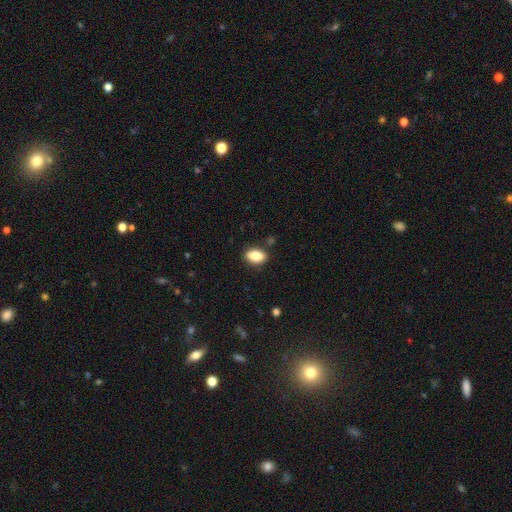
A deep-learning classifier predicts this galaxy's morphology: The model was most divided on "merging": none: 86%, minor disturbance: 10%, major disturbance: 2%, merger: 2%. More confident: how rounded — in between (89%); smooth or featured — smooth (85%).